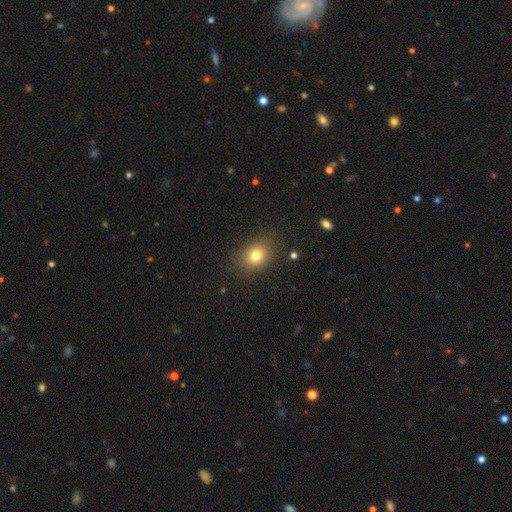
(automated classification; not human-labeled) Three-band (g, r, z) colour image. It shows a smooth galaxy with no disk features (78%) that is in between round and cigar-shaped (52%). Merging: none (85%).